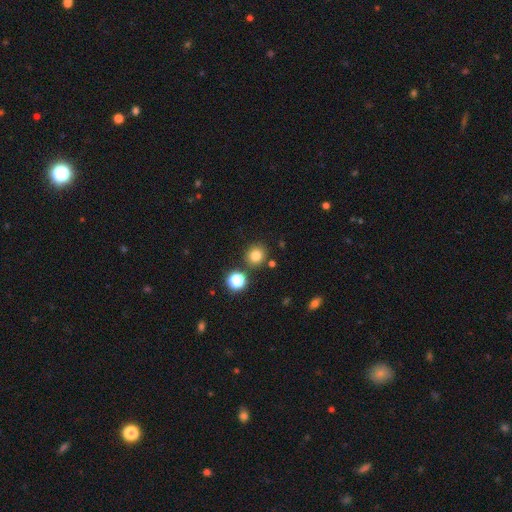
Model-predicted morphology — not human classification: Overall: smooth (79%). How rounded: round (89%). Merging: none (84%).